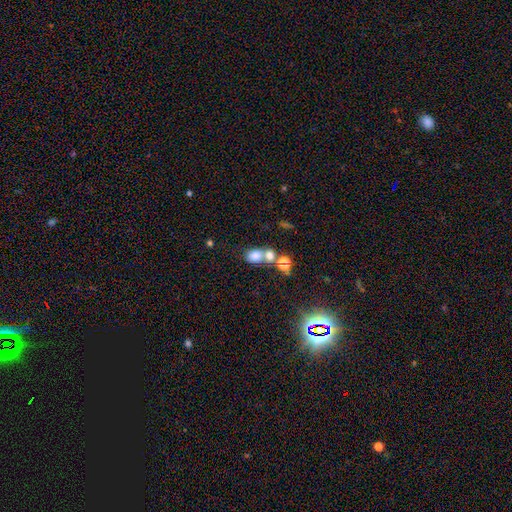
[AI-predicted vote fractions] Smooth or featured?
  - smooth: 74% *
  - star or artifact: 14%
  - featured or disk: 11%
How rounded?
  - in between: 54% *
  - round: 45%
  - cigar-shaped: 2%
Merging?
  - merger: 49% *
  - none: 37%
  - minor disturbance: 9%
  - major disturbance: 5%